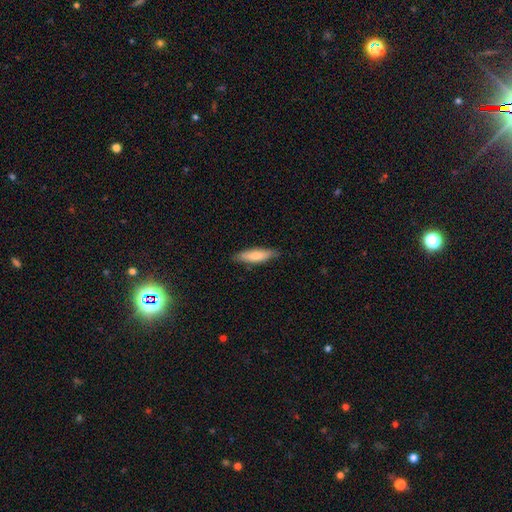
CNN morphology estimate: Smooth or featured? Predicted: smooth (p=0.78). How rounded? Predicted: cigar-shaped (p=0.61). Merging? Predicted: none (p=0.82).